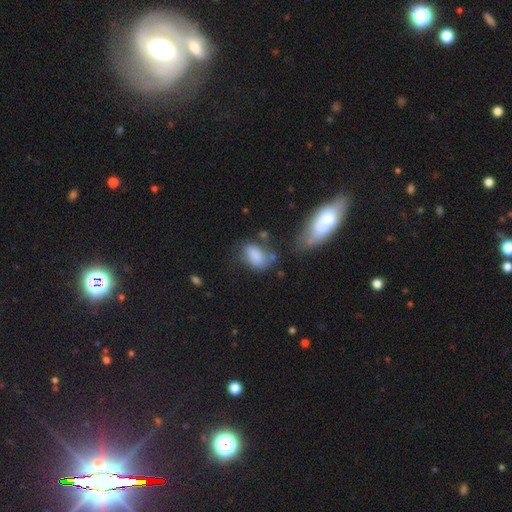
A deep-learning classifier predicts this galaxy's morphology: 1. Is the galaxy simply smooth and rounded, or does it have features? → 81% smooth, 11% featured or disk, 9% star or artifact.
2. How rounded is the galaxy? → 88% in between, 9% round, 3% cigar-shaped.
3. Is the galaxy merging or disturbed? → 50% none, 26% minor disturbance, 12% major disturbance, 12% merger.